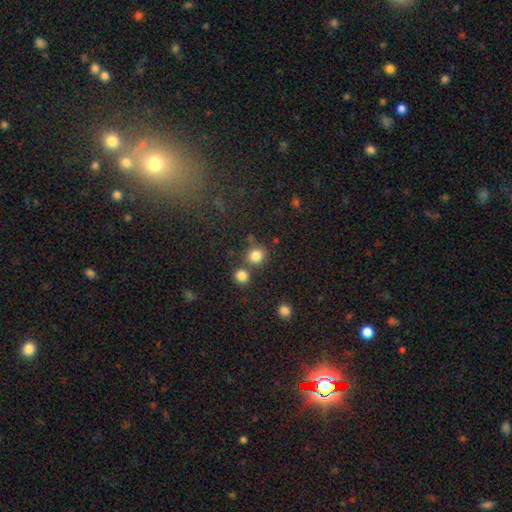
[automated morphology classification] Overall: smooth (82%). How rounded: round (84%). Merging: none (69%).